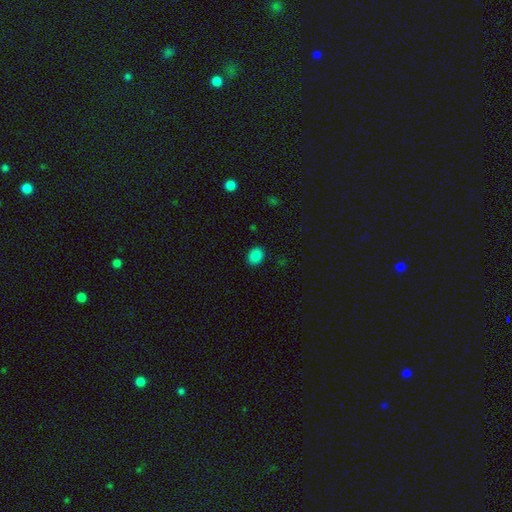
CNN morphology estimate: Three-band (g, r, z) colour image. It shows a smooth galaxy with no disk features (86%) that is in between round and cigar-shaped (54%). Merging: none (88%).